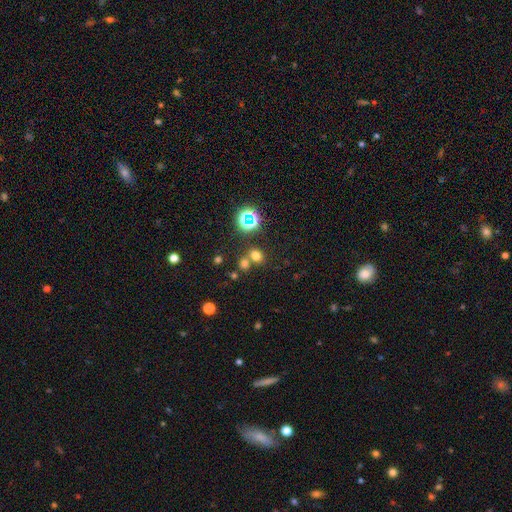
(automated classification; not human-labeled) Smooth or featured?
  - smooth: 65% *
  - star or artifact: 27%
  - featured or disk: 8%
How rounded?
  - round: 69% *
  - in between: 30%
  - cigar-shaped: 1%
Merging?
  - none: 60% *
  - merger: 28%
  - minor disturbance: 8%
  - major disturbance: 3%